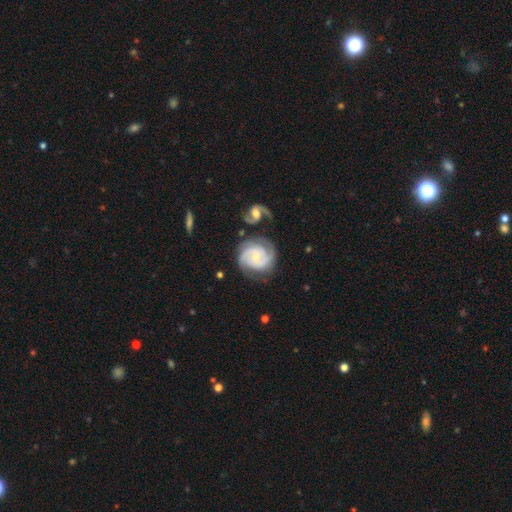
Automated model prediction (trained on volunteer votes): featured or disk 87%, smooth 8%, star or artifact 4%. Down the decision tree: edge-on disk — no (98%); bar — no (68%); spiral arms — yes (97%); spiral arm count — 2 (64%); spiral winding — tight (60%); bulge size — small (52%); merging — none (63%).